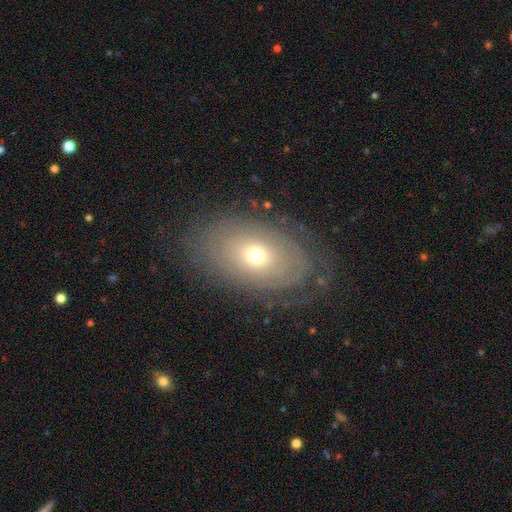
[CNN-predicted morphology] This appears to be a featured or disk galaxy (52%). Merging: none (75%).